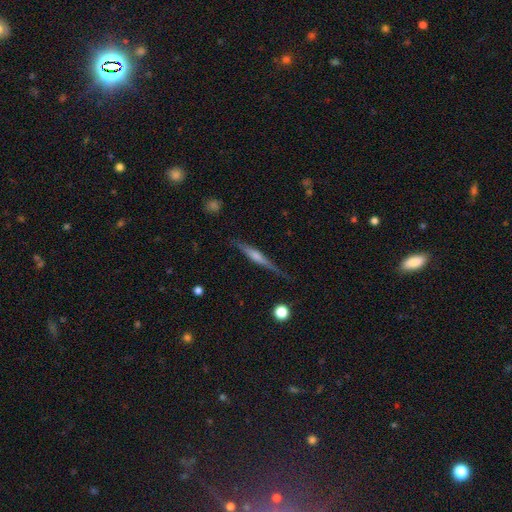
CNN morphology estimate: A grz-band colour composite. It shows a featured or disk galaxy (65%) viewed edge-on (97%) with a rounded central bulge (60%). Merging: none (81%).